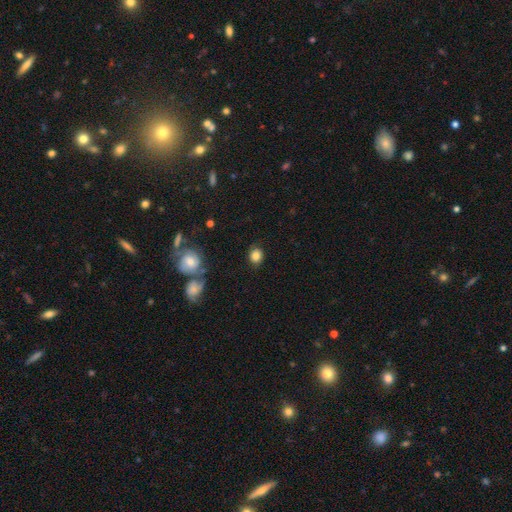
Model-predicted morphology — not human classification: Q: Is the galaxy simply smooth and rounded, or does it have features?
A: smooth — 81%.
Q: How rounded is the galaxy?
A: round — 66%.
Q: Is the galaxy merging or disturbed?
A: none — 79%.